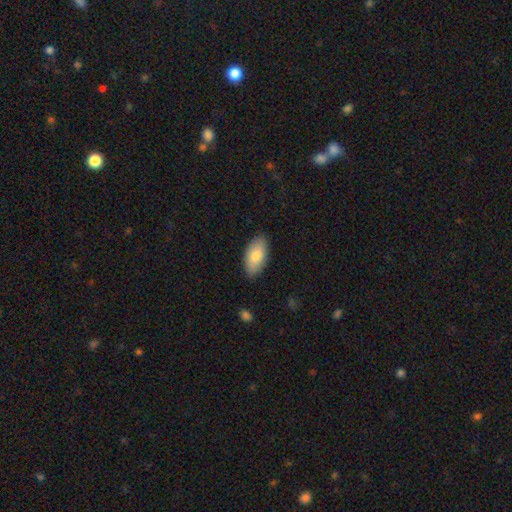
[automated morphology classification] A smooth galaxy with no disk features (82%) that is in between round and cigar-shaped (94%). Merging: none (84%).